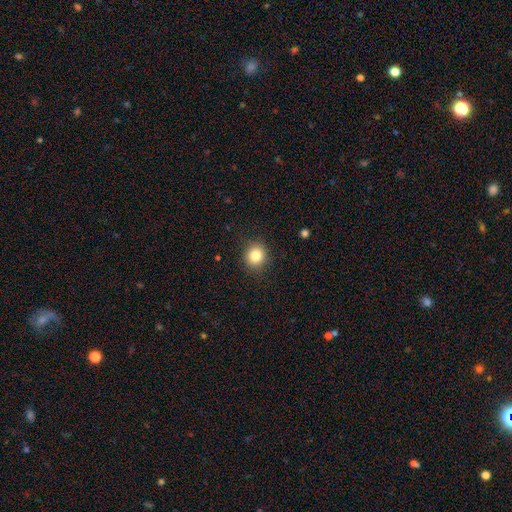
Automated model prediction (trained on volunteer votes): Morphology: type=smooth (84%); roundness=round (83%); merging=none (90%).